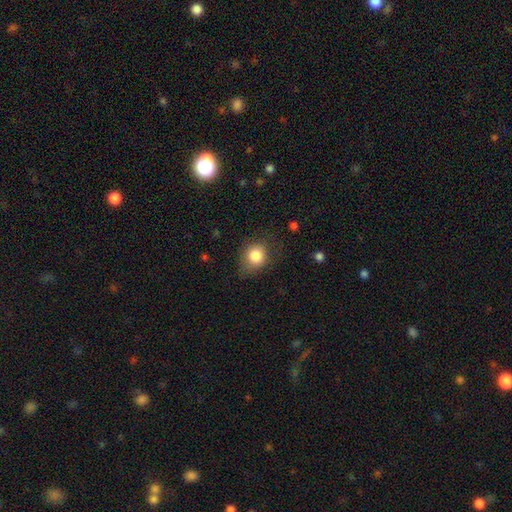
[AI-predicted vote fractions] Morphology: type=smooth (83%); roundness=round (68%); merging=none (69%).